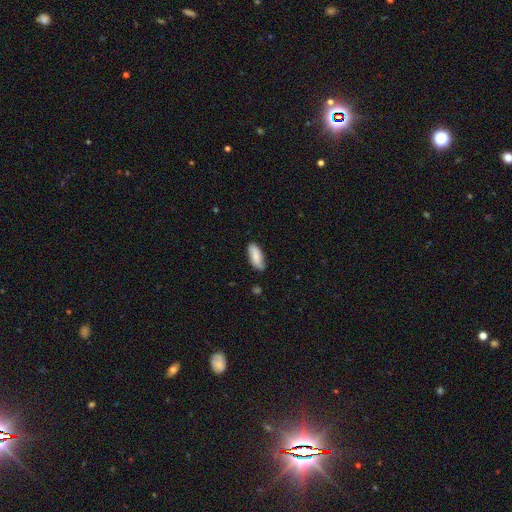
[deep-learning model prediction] Smooth or featured?
  - smooth: 77% *
  - featured or disk: 16%
  - star or artifact: 6%
How rounded?
  - in between: 78% *
  - cigar-shaped: 20%
  - round: 2%
Merging?
  - none: 75% *
  - minor disturbance: 20%
  - major disturbance: 3%
  - merger: 2%